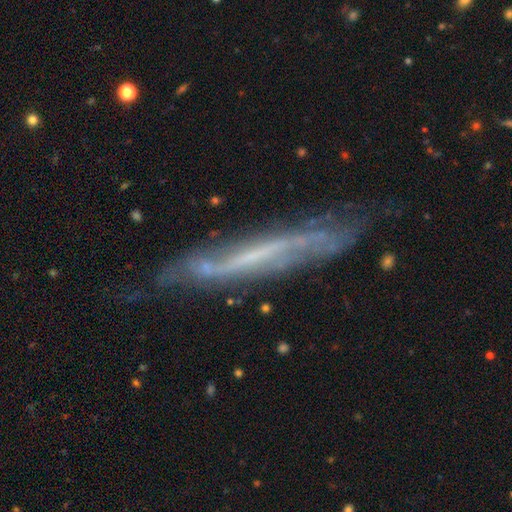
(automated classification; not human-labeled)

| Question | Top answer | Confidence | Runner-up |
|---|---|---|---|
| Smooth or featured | featured or disk | 72% | smooth (20%) |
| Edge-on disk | yes | 66% | no (34%) |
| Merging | none | 65% | minor disturbance (23%) |